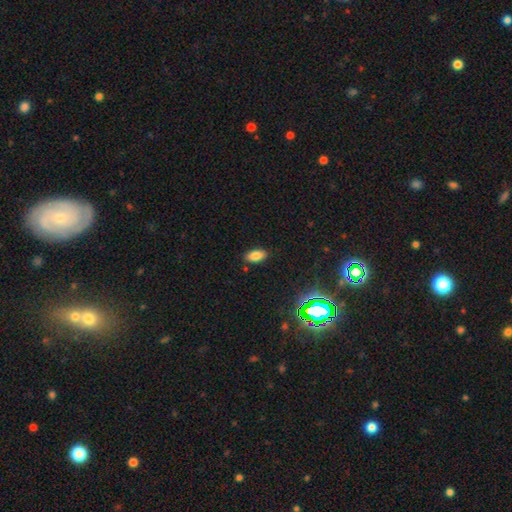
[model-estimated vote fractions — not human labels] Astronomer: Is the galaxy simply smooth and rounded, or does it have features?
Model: smooth — 81%.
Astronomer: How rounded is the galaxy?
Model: in between — 91%.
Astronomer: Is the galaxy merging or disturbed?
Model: none — 87%.